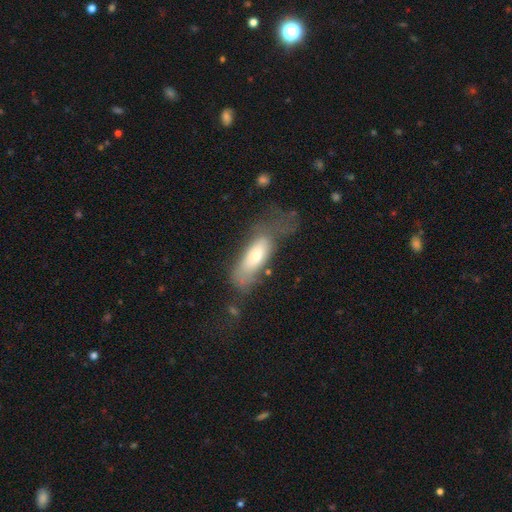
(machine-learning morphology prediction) Smooth or featured? smooth (64%)
How rounded? in between (73%)
Merging? major disturbance (39%)